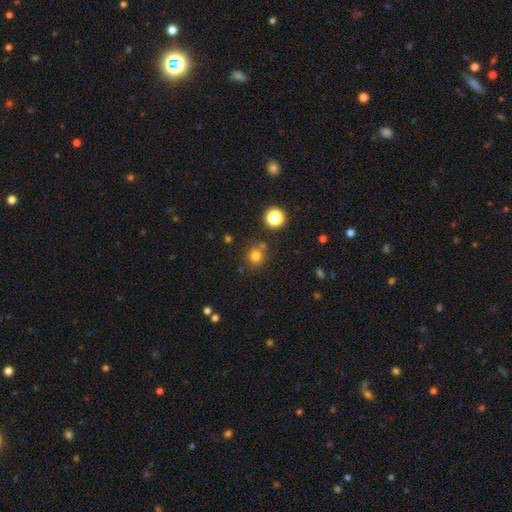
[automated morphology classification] Smooth or featured? Predicted: smooth (p=0.77). How rounded? Predicted: round (p=0.90). Merging? Predicted: none (p=0.75).